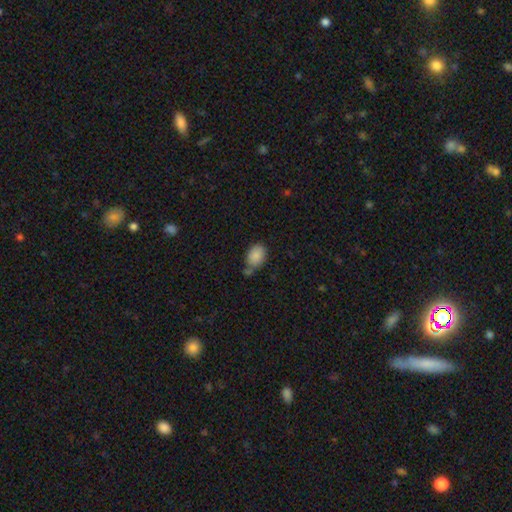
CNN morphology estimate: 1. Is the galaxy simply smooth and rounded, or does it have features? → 87% smooth, 8% star or artifact, 5% featured or disk.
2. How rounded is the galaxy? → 79% in between, 20% round, 1% cigar-shaped.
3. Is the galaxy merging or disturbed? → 58% none, 21% minor disturbance, 16% merger, 6% major disturbance.